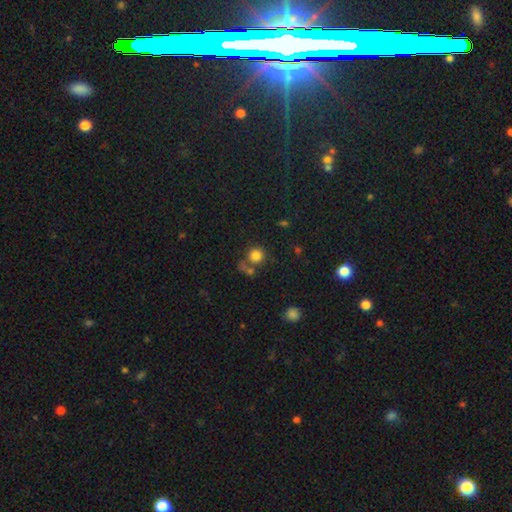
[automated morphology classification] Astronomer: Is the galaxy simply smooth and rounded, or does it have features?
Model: smooth — 79%.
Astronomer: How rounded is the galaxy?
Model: round — 91%.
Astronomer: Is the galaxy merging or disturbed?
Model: none — 63%.